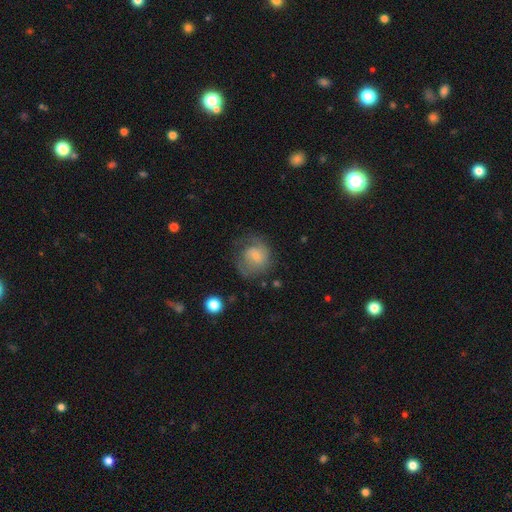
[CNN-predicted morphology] type=featured or disk (47%); merging=none (49%).